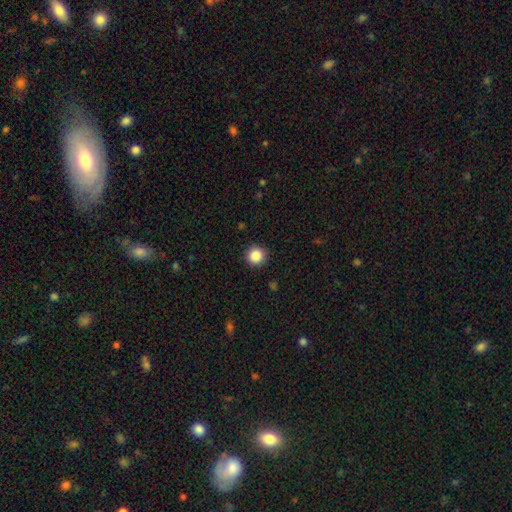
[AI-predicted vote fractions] smooth_or_featured: smooth (p=0.88) [alt: star or artifact p=0.10]
how_rounded: round (p=0.95) [alt: in between p=0.04]
merging: none (p=0.91) [alt: minor disturbance p=0.06]